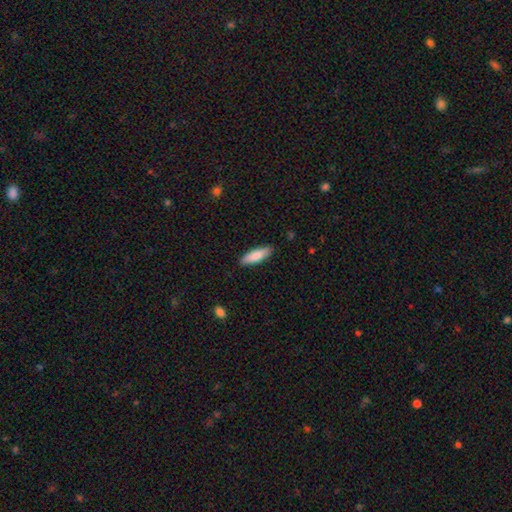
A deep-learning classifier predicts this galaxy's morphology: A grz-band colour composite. It shows a smooth galaxy with no disk features (84%) that is cigar-shaped (52%). Merging: none (88%).